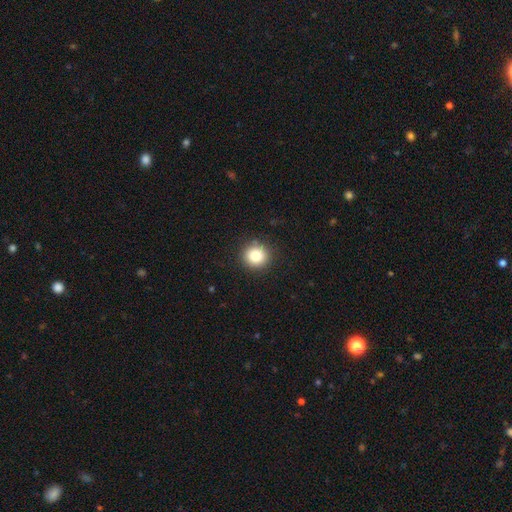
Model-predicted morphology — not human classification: smooth 83%, star or artifact 11%, featured or disk 7%. Down the decision tree: how rounded — round (93%); merging — none (90%).